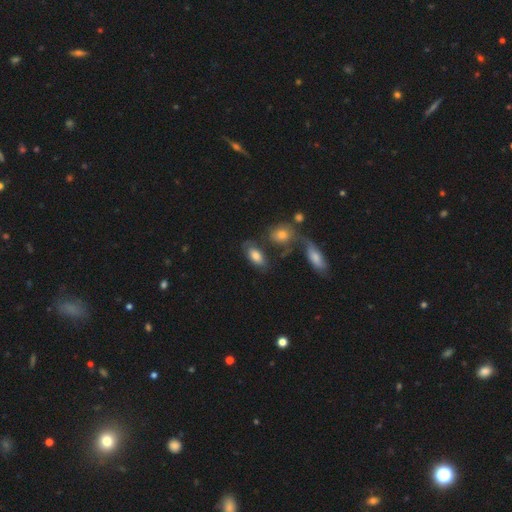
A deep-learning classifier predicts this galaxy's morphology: Smooth or featured? Predicted: smooth (p=0.75). How rounded? Predicted: in between (p=0.90). Merging? Predicted: none (p=0.58).